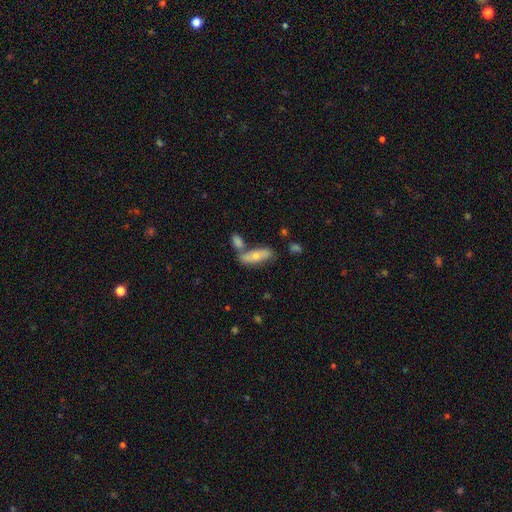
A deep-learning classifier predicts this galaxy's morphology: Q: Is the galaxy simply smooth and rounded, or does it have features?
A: smooth — 62%.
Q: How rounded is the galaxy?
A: in between — 60%.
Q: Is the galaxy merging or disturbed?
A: none — 50%.